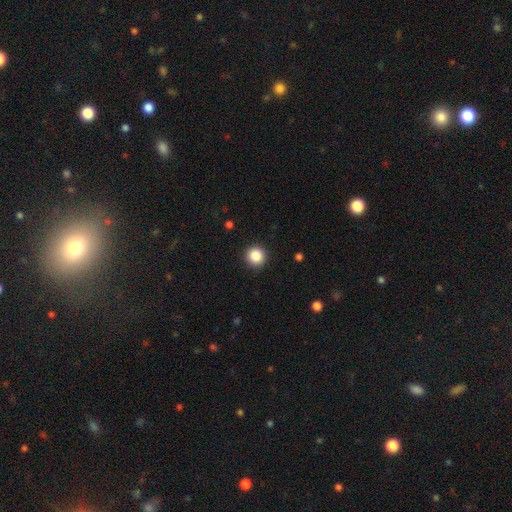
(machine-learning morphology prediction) This appears to be a smooth galaxy with no disk features (86%) that is round (95%). Merging: none (92%).